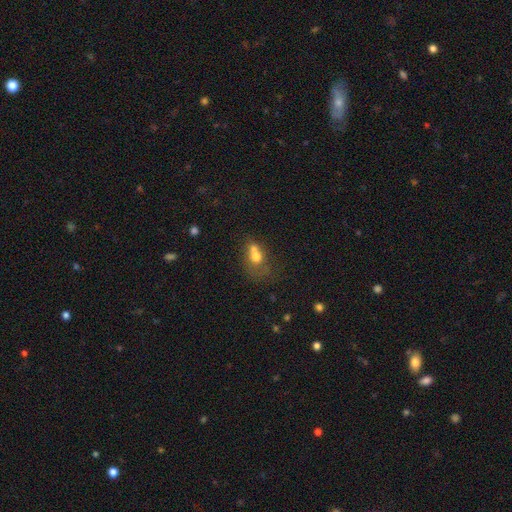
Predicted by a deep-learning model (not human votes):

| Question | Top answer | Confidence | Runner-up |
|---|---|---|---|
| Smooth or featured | smooth | 65% | featured or disk (22%) |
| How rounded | in between | 51% | round (47%) |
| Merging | merger | 56% | none (22%) |